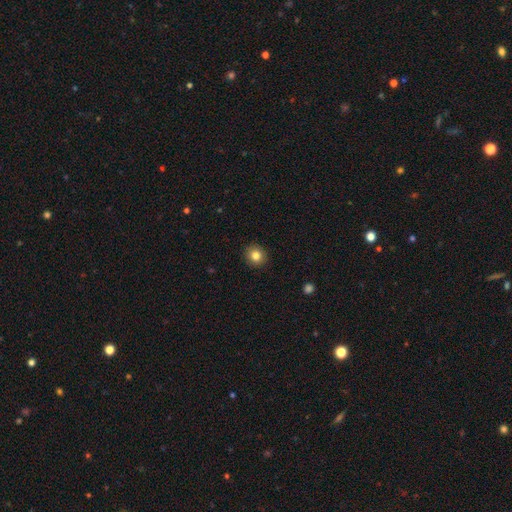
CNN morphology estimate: Smooth or featured: smooth — 82% (star or artifact — 10%)
How rounded: round — 85% (in between — 14%)
Merging: none — 91% (minor disturbance — 6%)